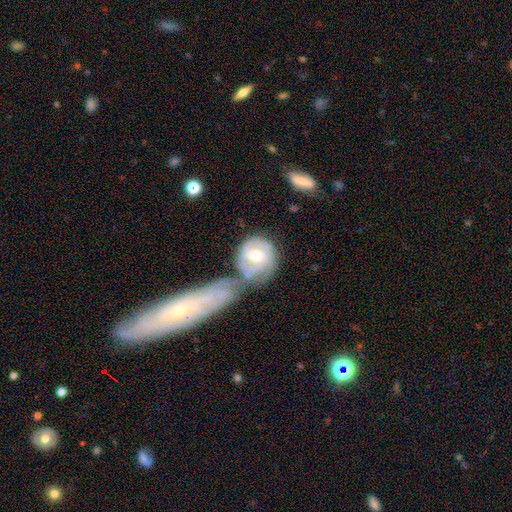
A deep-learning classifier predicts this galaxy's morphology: smooth-or-featured: featured or disk: 69% | smooth: 25% | star or artifact: 6%
  disk-edge-on: no: 96% | yes: 4%
    bar: no: 47% | weak: 41% | strong: 12%
    has-spiral-arms: yes: 82% | no: 18%
      spiral-winding: tight: 55% | medium: 33% | loose: 12%
      spiral-arm-count: can't tell: 38% | 2: 35% | 3: 13% | 1: 7% | 4: 4% | more than 4: 3%
    bulge-size: moderate: 72% | small: 20% | large: 5% | none: 2% | dominant: 1%
  merging: merger: 50% | none: 26% | minor disturbance: 13% | major disturbance: 10%